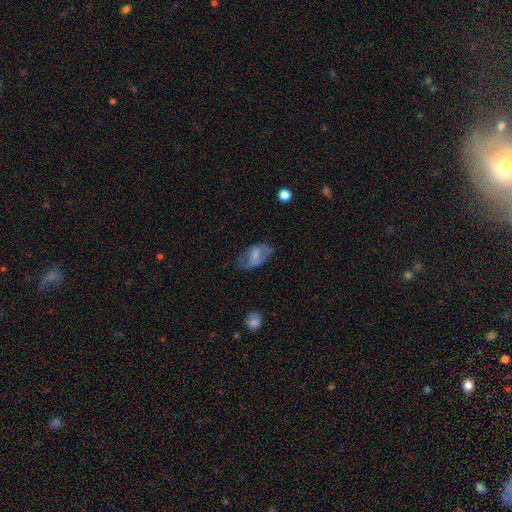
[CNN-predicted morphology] Smooth or featured?
  - smooth: 55% *
  - featured or disk: 37%
  - star or artifact: 8%
How rounded?
  - in between: 90% *
  - round: 8%
  - cigar-shaped: 3%
Merging?
  - none: 57% *
  - minor disturbance: 26%
  - major disturbance: 15%
  - merger: 2%